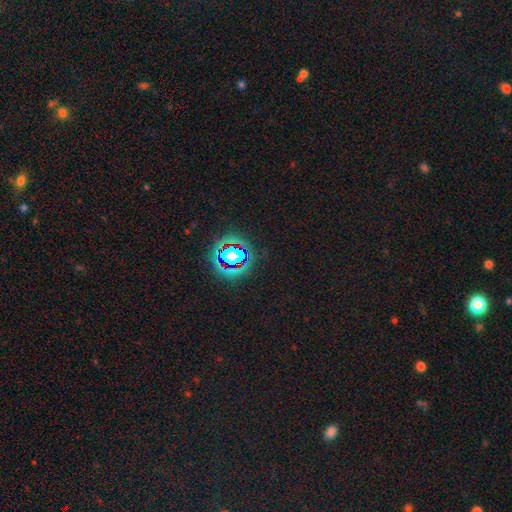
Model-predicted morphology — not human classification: type=star or artifact (80%).